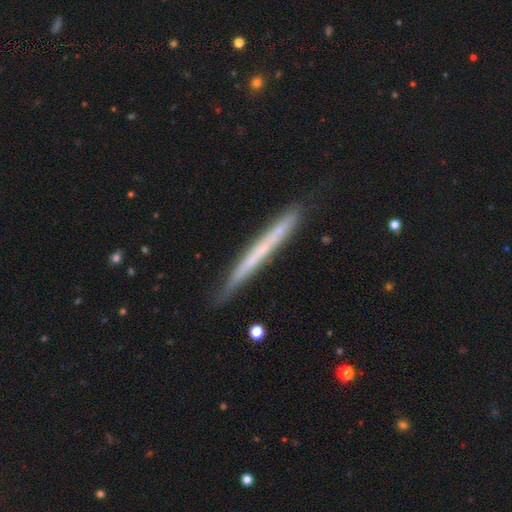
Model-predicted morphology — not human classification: This is possibly a featured or disk galaxy (50%). It is clearly viewed edge-on (95%). Merging: clearly none (83%).